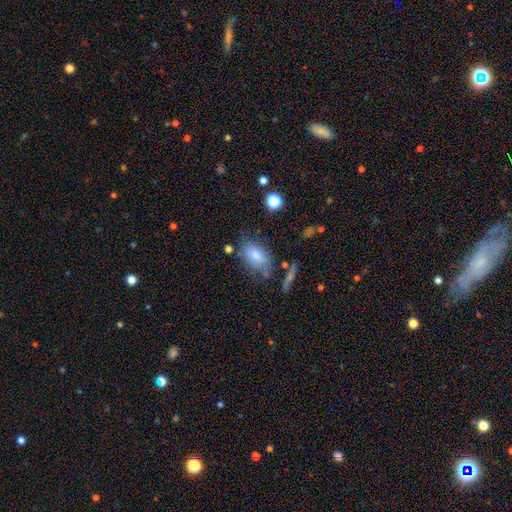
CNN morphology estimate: smooth-or-featured: smooth: 72% | featured or disk: 19% | star or artifact: 9%
  how-rounded: in between: 87% | round: 9% | cigar-shaped: 3%
  merging: none: 53% | minor disturbance: 26% | major disturbance: 12% | merger: 8%